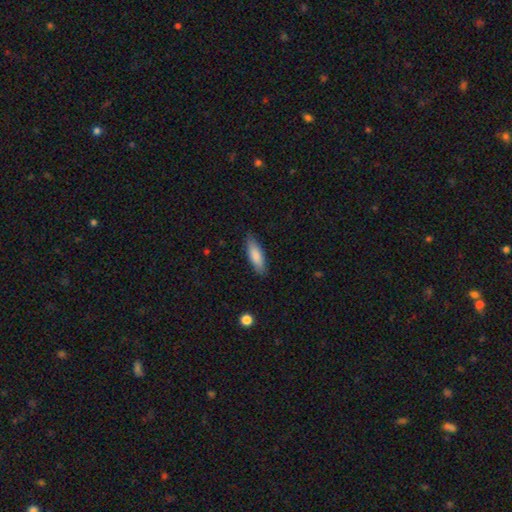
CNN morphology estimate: smooth 83%, featured or disk 11%, star or artifact 6%. Down the decision tree: how rounded — in between (50%); merging — none (85%).